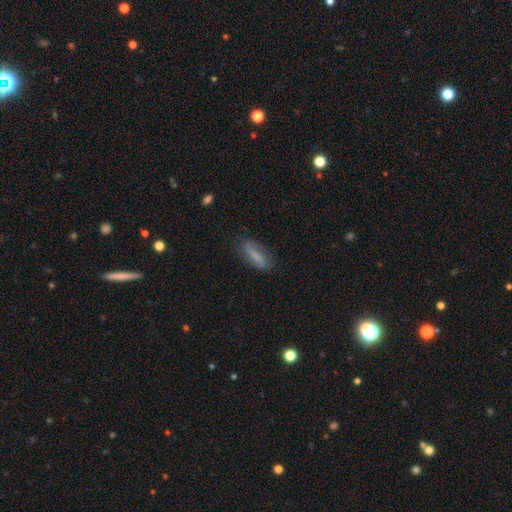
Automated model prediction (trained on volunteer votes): A smooth galaxy with no disk features (70%) that is cigar-shaped (49%).

Vote fractions:
- Smooth or featured? smooth: 70% / featured or disk: 22% / star or artifact: 8%
- How rounded? cigar-shaped: 49% / in between: 48% / round: 3%
- Merging? none: 74% / minor disturbance: 19% / major disturbance: 5% / merger: 2%